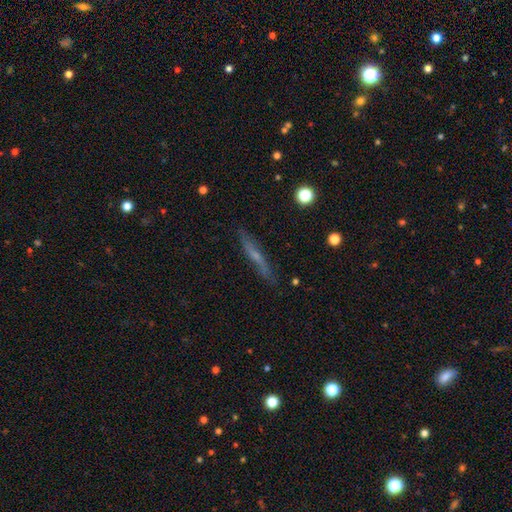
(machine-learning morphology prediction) type=featured or disk (55%); edge-on=yes (87%); merging=none (84%).